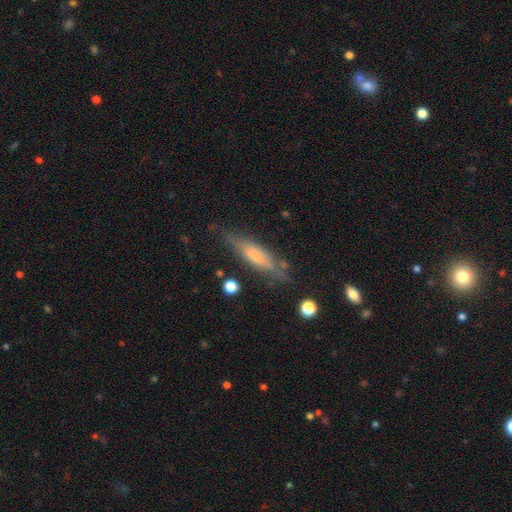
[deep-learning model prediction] Smooth or featured? smooth (48%)
Merging? none (73%)